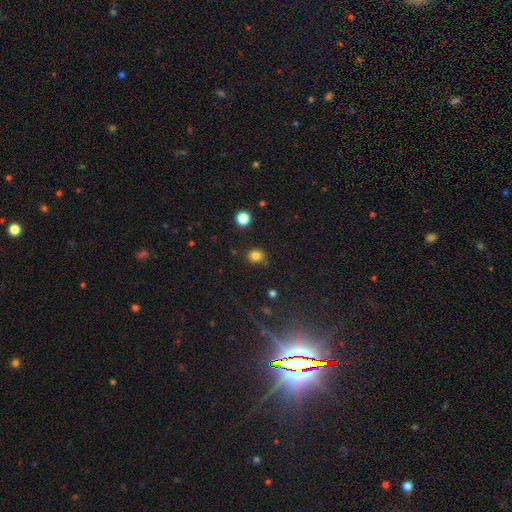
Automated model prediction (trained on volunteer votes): Q: Smooth or featured?
A: smooth (82%); runner-up: star or artifact (14%)
Q: How rounded?
A: round (76%); runner-up: in between (23%)
Q: Merging?
A: none (83%); runner-up: minor disturbance (11%)